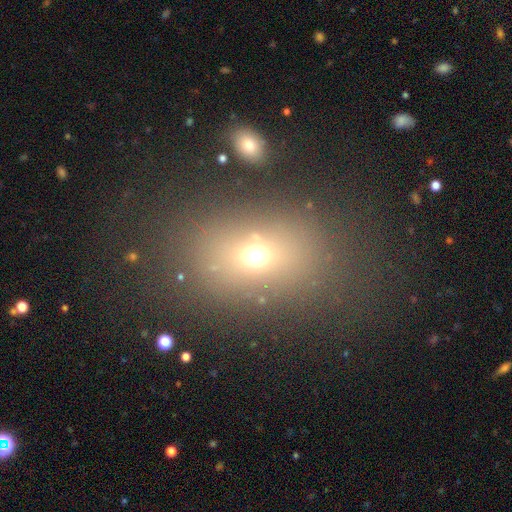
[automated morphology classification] Smooth or featured: smooth — 65% (star or artifact — 20%)
How rounded: in between — 61% (round — 37%)
Merging: none — 73% (minor disturbance — 12%)